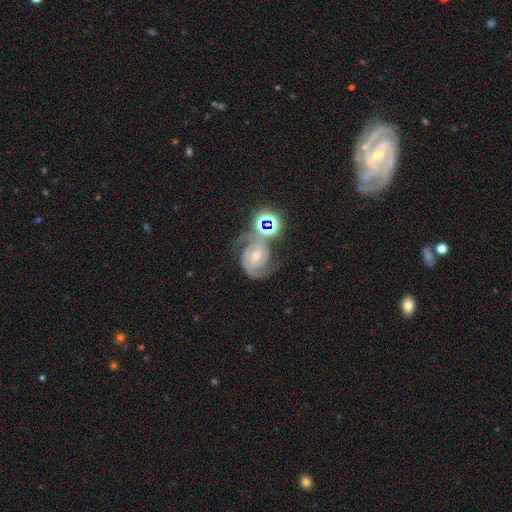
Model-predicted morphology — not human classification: featured or disk 81%, star or artifact 12%, smooth 7%. Down the decision tree: edge-on disk — no (98%); bar — no (46%); spiral arms — yes (98%); spiral arm count — 2 (83%); spiral winding — medium (47%); bulge size — small (49%); merging — none (61%).